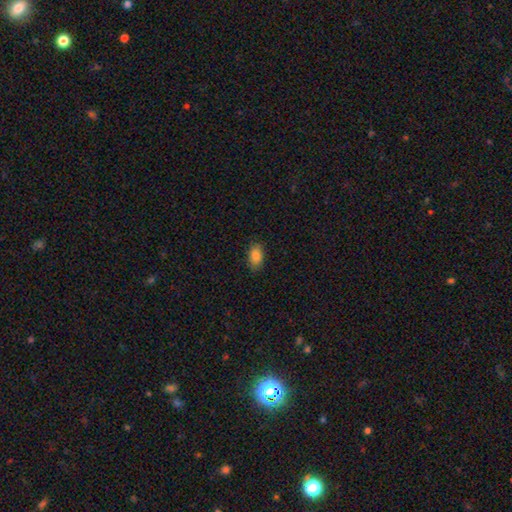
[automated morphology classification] This appears to be a smooth galaxy with no disk features (84%) that is in between round and cigar-shaped (89%). Merging: none (85%).